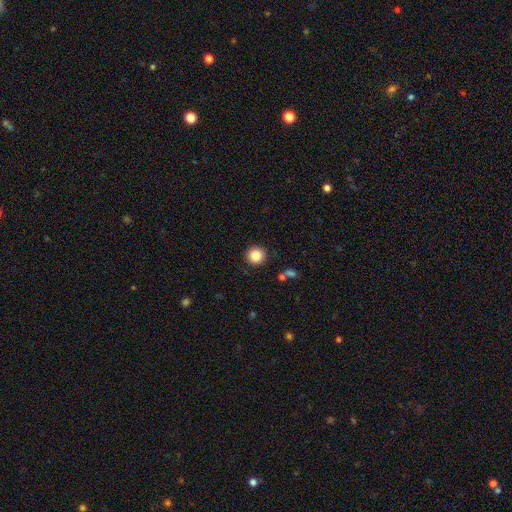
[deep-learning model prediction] Smooth or featured: smooth — 84% (star or artifact — 10%)
How rounded: round — 92% (in between — 7%)
Merging: none — 91% (minor disturbance — 6%)